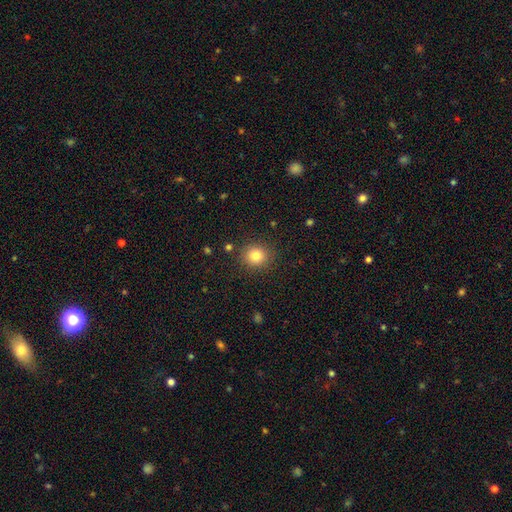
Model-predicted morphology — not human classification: smooth_or_featured: smooth (p=0.82) [alt: star or artifact p=0.12]
how_rounded: round (p=0.87) [alt: in between p=0.12]
merging: none (p=0.88) [alt: minor disturbance p=0.07]